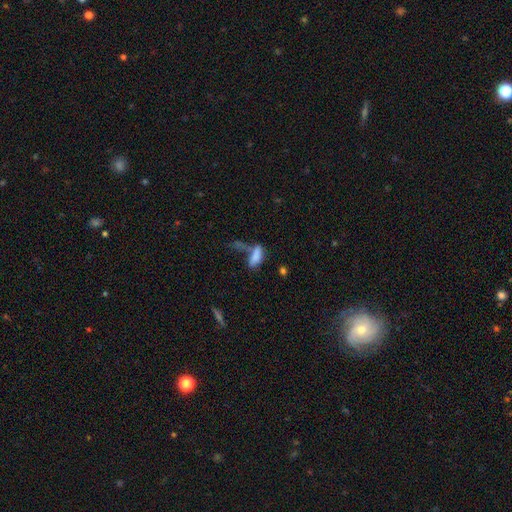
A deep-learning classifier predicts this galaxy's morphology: smooth_or_featured: smooth (p=0.76) [alt: featured or disk p=0.14]
how_rounded: in between (p=0.70) [alt: cigar-shaped p=0.27]
merging: merger (p=0.34) [alt: none p=0.29]